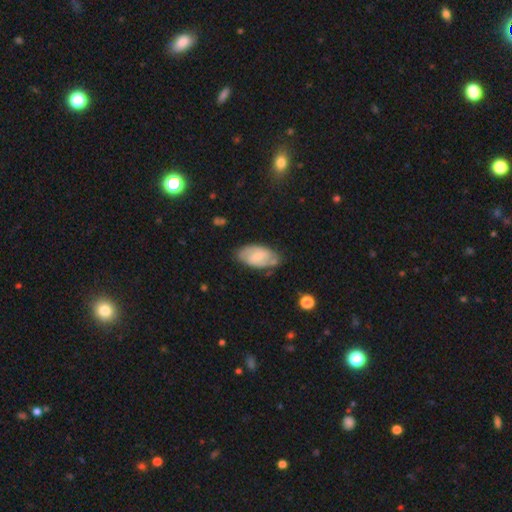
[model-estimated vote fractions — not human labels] The model was most divided on "bar": weak: 48%, no: 37%, strong: 14%. More confident: edge-on disk — no (94%); spiral arms — yes (80%); merging — none (68%); bulge size — small (62%); smooth or featured — featured or disk (54%).